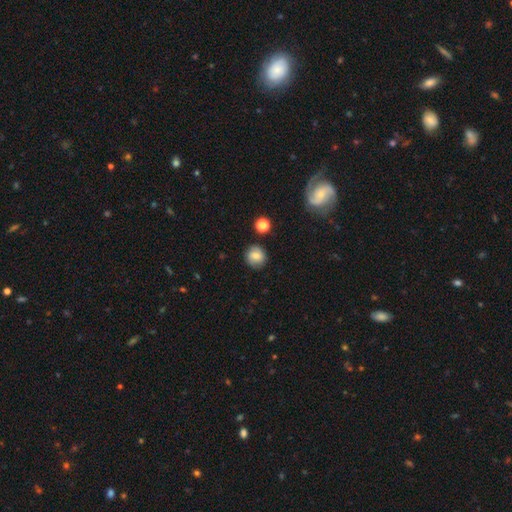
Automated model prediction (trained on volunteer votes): Smooth or featured?
  - smooth: 75% *
  - featured or disk: 15%
  - star or artifact: 10%
How rounded?
  - round: 88% *
  - in between: 11%
  - cigar-shaped: 1%
Merging?
  - none: 84% *
  - minor disturbance: 10%
  - merger: 3%
  - major disturbance: 3%